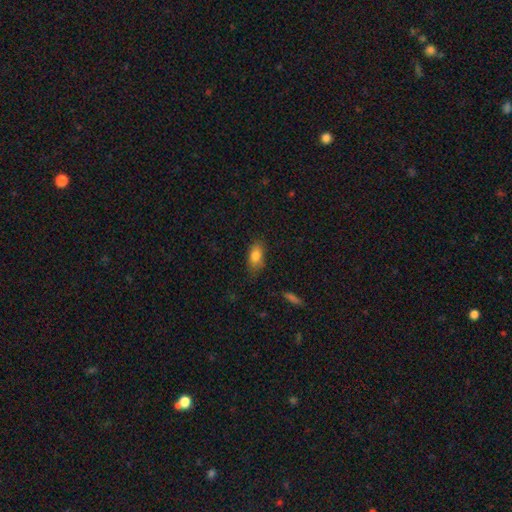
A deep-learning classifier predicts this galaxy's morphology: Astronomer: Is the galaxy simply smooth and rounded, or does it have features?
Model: smooth — 81%.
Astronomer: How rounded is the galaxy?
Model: in between — 86%.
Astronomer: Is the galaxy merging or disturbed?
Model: none — 78%.